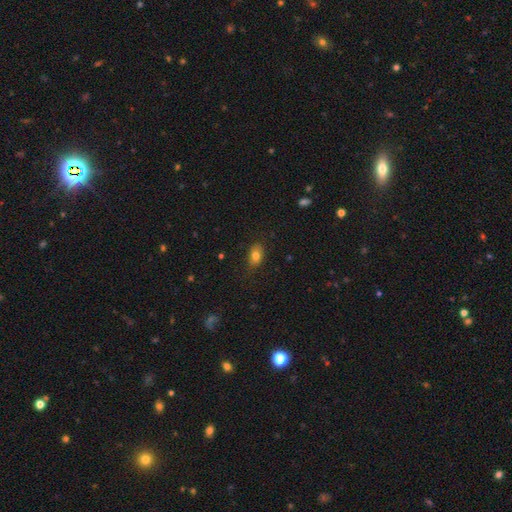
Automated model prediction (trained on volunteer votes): Morphology: type=smooth (79%); roundness=in between (83%); merging=none (80%).